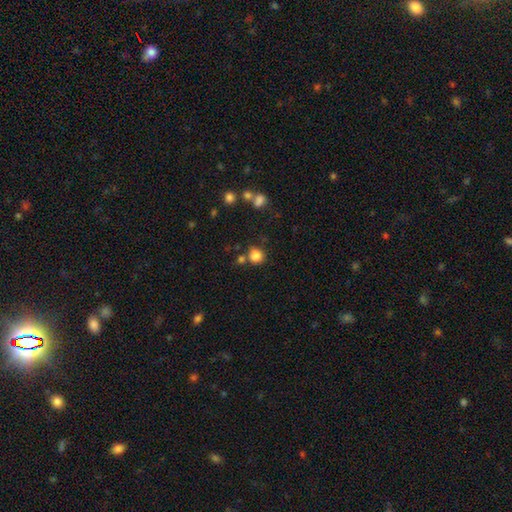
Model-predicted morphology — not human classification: This is clearly a smooth galaxy (84%). How rounded: clearly round (84%). Merging: likely none (69%).